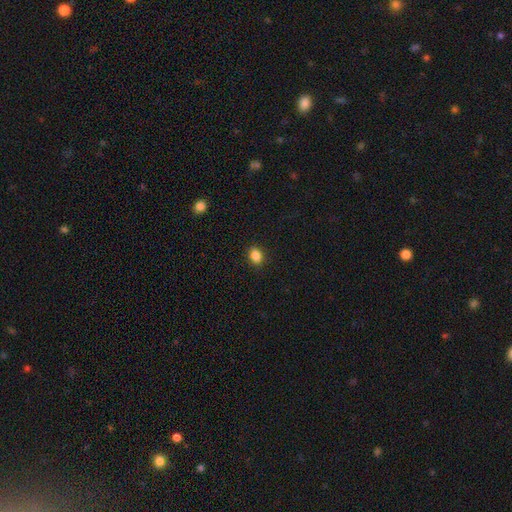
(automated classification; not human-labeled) This is clearly a smooth galaxy (86%). How rounded: likely in between (63%). Merging: clearly none (89%).